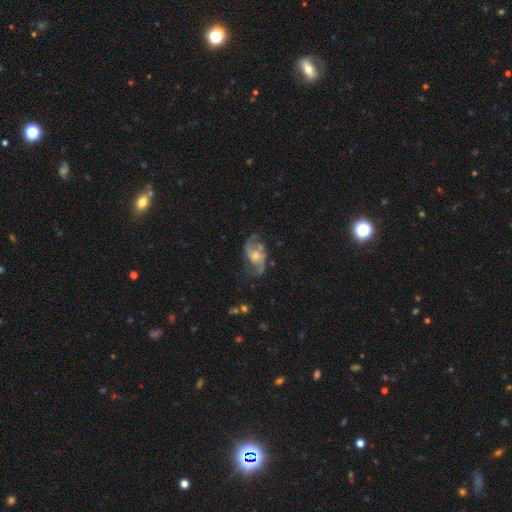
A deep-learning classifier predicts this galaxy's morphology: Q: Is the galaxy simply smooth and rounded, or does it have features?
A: featured or disk — 85%.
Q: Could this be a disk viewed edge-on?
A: no — 97%.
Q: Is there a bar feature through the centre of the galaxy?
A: no — 58%.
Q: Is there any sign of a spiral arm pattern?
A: yes — 94%.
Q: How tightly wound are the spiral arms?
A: loose — 47%.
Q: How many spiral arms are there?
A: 2 — 90%.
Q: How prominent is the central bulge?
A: moderate — 50%.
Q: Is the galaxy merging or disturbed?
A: none — 67%.